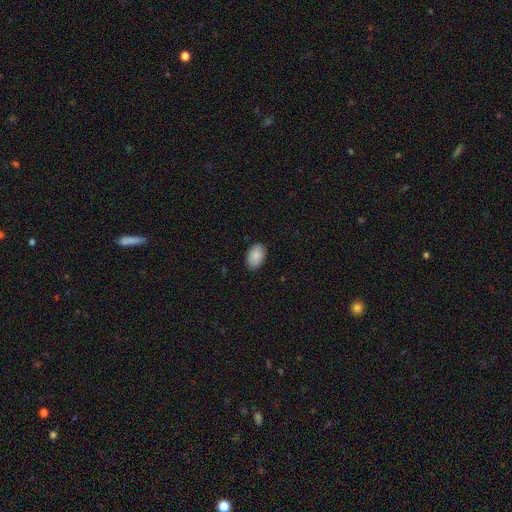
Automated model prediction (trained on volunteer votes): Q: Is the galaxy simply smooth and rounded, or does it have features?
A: smooth — 88%.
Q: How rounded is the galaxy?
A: in between — 89%.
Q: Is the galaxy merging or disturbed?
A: none — 88%.